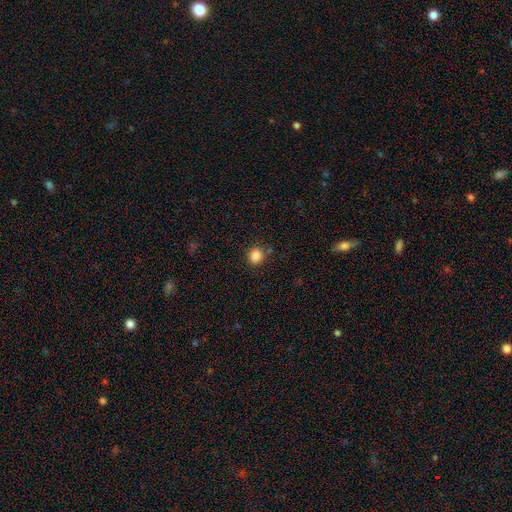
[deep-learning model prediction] smooth-or-featured: smooth: 86% | star or artifact: 11% | featured or disk: 3%
  how-rounded: round: 75% | in between: 24% | cigar-shaped: 1%
  merging: none: 81% | minor disturbance: 11% | merger: 4% | major disturbance: 3%